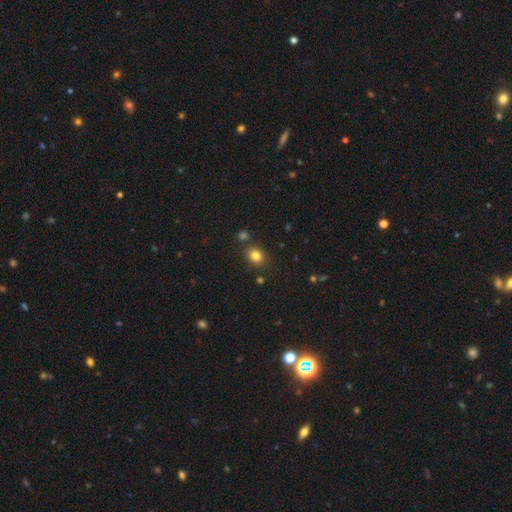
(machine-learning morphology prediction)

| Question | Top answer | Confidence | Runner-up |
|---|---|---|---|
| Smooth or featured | smooth | 81% | star or artifact (13%) |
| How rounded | round | 56% | in between (43%) |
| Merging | none | 80% | minor disturbance (10%) |